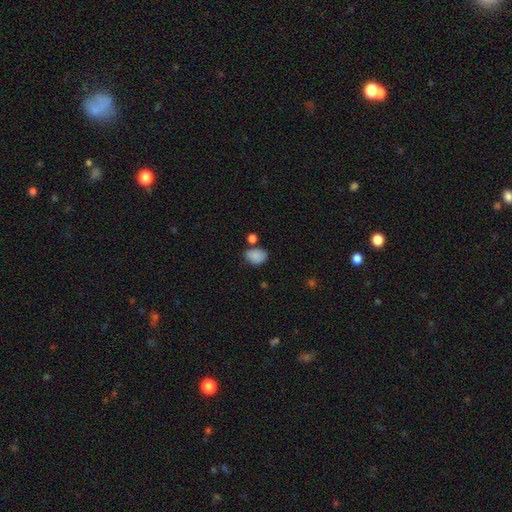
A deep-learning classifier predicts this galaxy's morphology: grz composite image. It shows a smooth galaxy with no disk features (85%) that is in between round and cigar-shaped (69%). Merging: none (60%).